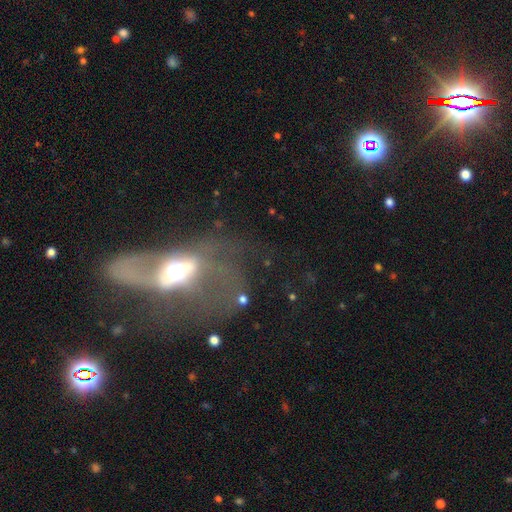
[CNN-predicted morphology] Smooth or featured? featured or disk (68%)
Edge-on disk? no (91%)
Bar? no (53%)
Spiral arms? yes (67%)
Bulge size? moderate (63%)
Merging? major disturbance (42%)